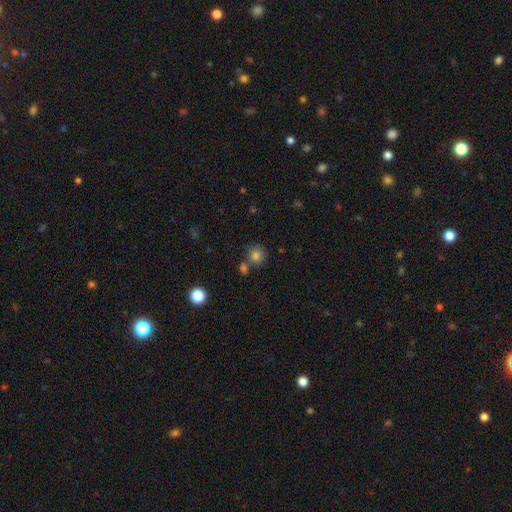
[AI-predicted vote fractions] Smooth or featured?
  - smooth: 82% *
  - star or artifact: 12%
  - featured or disk: 6%
How rounded?
  - round: 89% *
  - in between: 10%
  - cigar-shaped: 1%
Merging?
  - none: 66% *
  - merger: 20%
  - minor disturbance: 10%
  - major disturbance: 4%